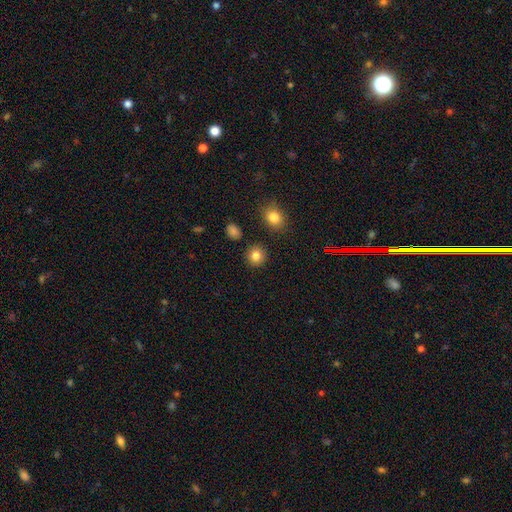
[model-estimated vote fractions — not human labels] smooth-or-featured: smooth: 84% | star or artifact: 11% | featured or disk: 5%
  how-rounded: round: 87% | in between: 12% | cigar-shaped: 1%
  merging: none: 88% | minor disturbance: 7% | merger: 3% | major disturbance: 2%